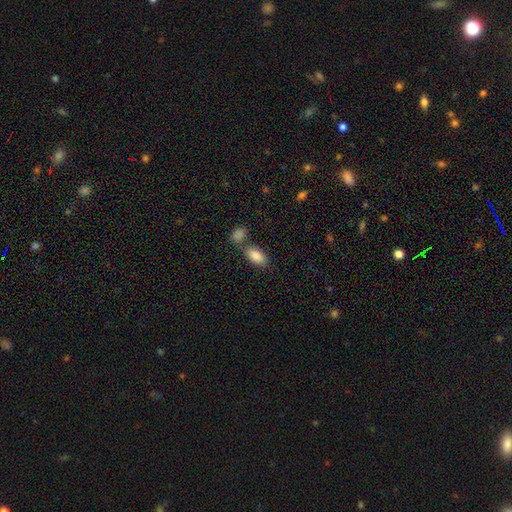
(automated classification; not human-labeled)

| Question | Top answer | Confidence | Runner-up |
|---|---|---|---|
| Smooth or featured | smooth | 87% | star or artifact (7%) |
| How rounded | in between | 92% | cigar-shaped (5%) |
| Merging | none | 61% | merger (25%) |